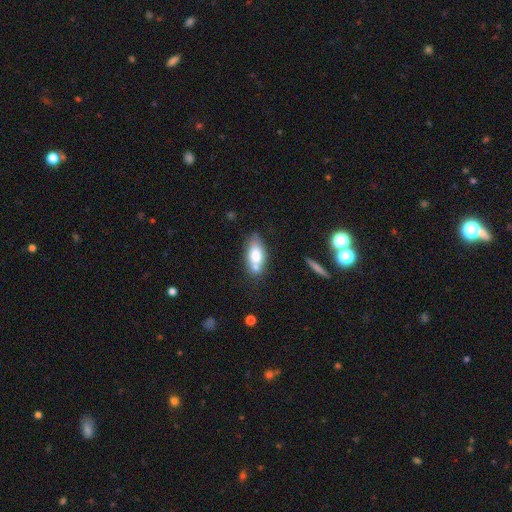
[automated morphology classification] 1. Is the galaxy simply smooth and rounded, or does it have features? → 75% smooth, 18% featured or disk, 8% star or artifact.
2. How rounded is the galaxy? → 87% in between, 8% cigar-shaped, 5% round.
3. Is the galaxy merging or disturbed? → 53% none, 22% merger, 19% minor disturbance, 6% major disturbance.